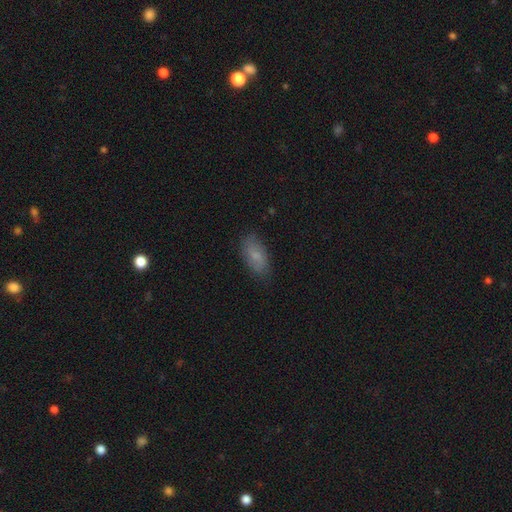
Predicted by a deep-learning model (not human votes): Smooth or featured?
  - smooth: 74% *
  - featured or disk: 18%
  - star or artifact: 8%
How rounded?
  - in between: 89% *
  - cigar-shaped: 8%
  - round: 3%
Merging?
  - none: 79% *
  - minor disturbance: 17%
  - major disturbance: 4%
  - merger: 1%